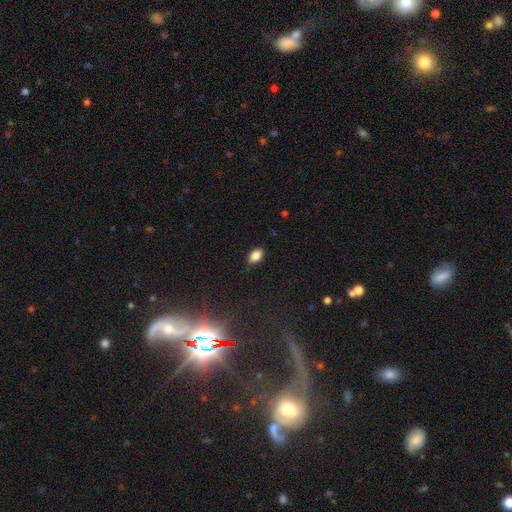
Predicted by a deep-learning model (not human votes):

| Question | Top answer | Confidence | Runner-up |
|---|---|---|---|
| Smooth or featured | smooth | 84% | star or artifact (9%) |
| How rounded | in between | 90% | round (8%) |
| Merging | none | 83% | minor disturbance (13%) |